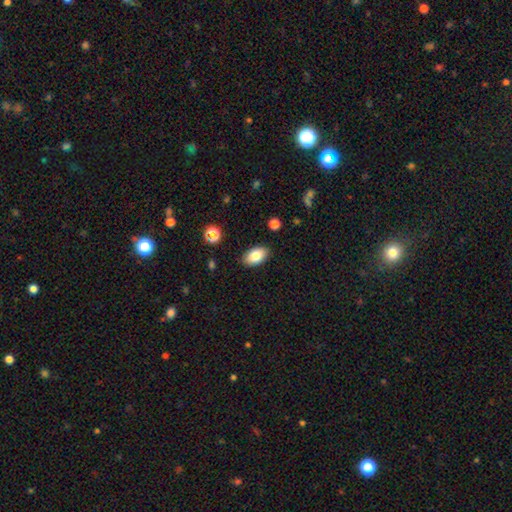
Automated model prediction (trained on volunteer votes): Smooth or featured? smooth (82%)
How rounded? in between (93%)
Merging? none (87%)